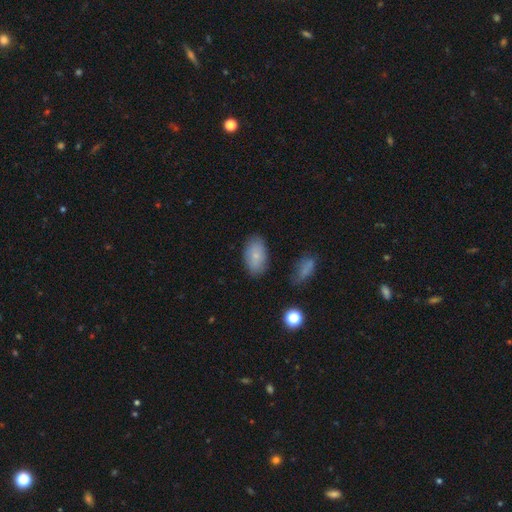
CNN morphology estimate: This is likely a smooth galaxy (76%). How rounded: clearly in between (92%). Merging: likely none (79%).